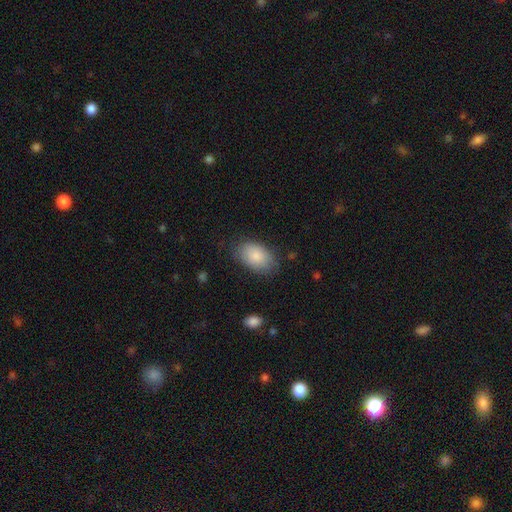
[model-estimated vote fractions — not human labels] This is clearly a smooth galaxy (85%). How rounded: clearly in between (90%). Merging: likely none (77%).